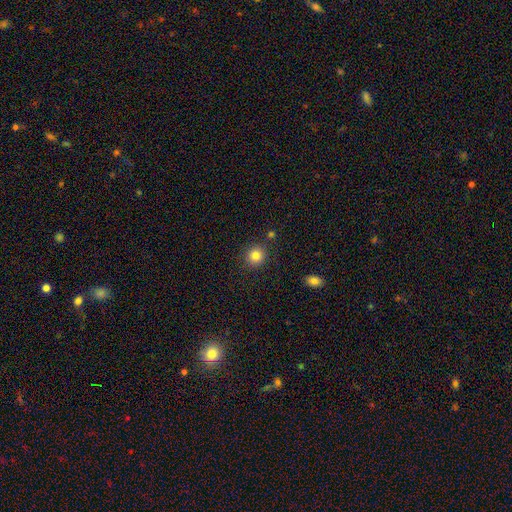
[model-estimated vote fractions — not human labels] Smooth or featured: smooth — 83% (star or artifact — 11%)
How rounded: round — 90% (in between — 9%)
Merging: none — 87% (minor disturbance — 7%)